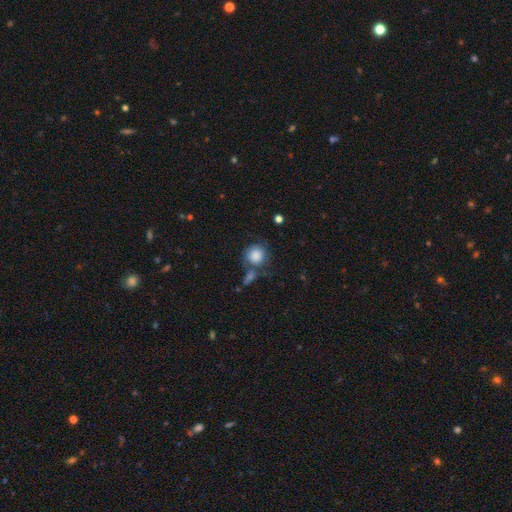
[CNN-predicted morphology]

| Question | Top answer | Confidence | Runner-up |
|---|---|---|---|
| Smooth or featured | smooth | 84% | featured or disk (8%) |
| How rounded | round | 89% | in between (10%) |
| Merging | none | 56% | merger (21%) |